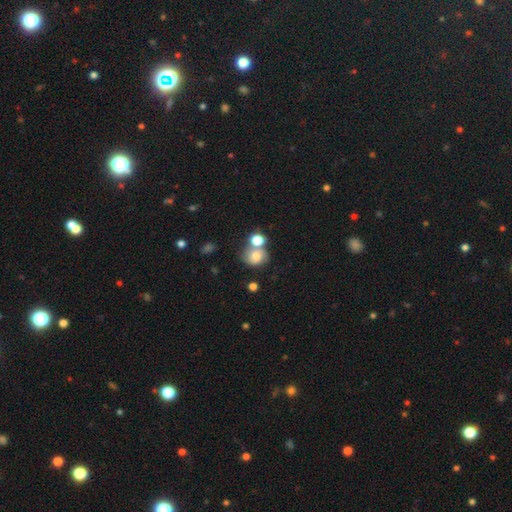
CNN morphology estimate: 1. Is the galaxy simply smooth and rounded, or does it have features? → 50% smooth, 39% featured or disk, 12% star or artifact.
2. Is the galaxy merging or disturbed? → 43% none, 35% merger, 15% minor disturbance, 8% major disturbance.